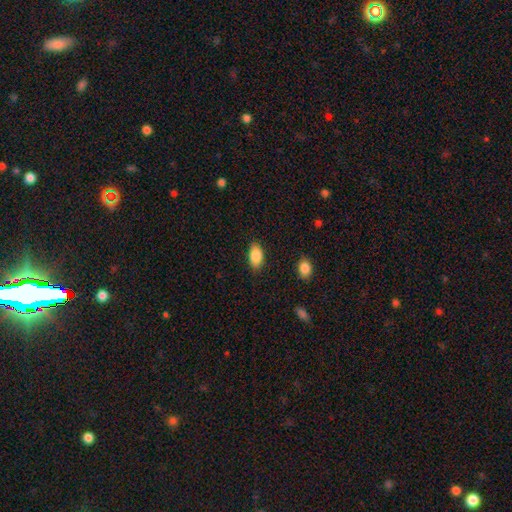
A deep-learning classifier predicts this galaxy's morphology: smooth 87%, star or artifact 7%, featured or disk 6%. Down the decision tree: how rounded — in between (92%); merging — none (85%).